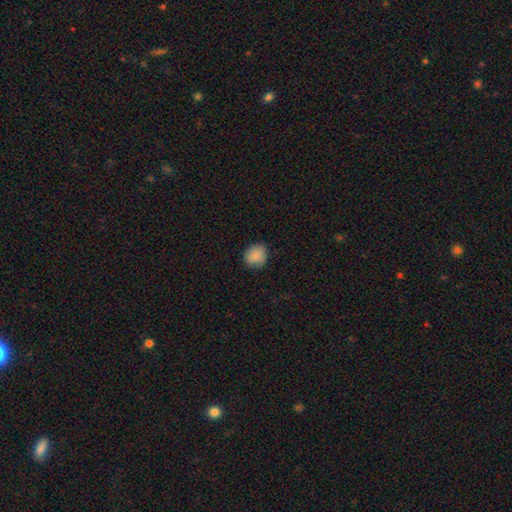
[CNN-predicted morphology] smooth-or-featured: smooth: 88% | star or artifact: 8% | featured or disk: 4%
  how-rounded: round: 79% | in between: 20% | cigar-shaped: 1%
  merging: none: 85% | minor disturbance: 11% | major disturbance: 3% | merger: 1%